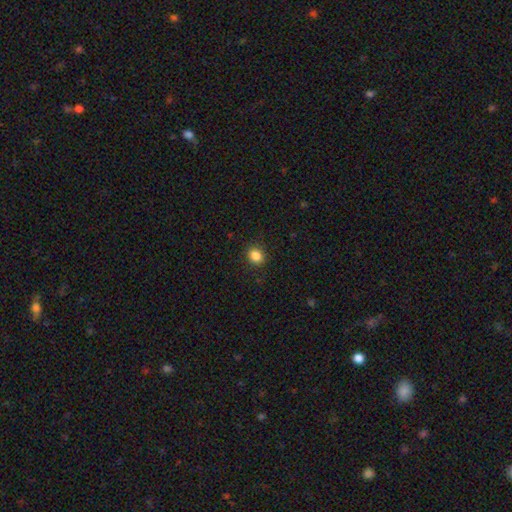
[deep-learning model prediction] This appears to be a smooth galaxy with no disk features (85%) that is round (63%). Merging: none (89%).